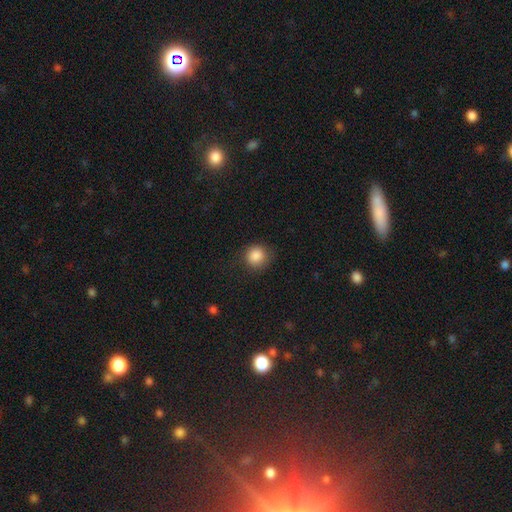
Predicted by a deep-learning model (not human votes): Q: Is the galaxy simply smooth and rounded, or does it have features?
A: smooth — 86%.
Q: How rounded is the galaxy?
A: round — 89%.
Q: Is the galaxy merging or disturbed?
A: none — 82%.